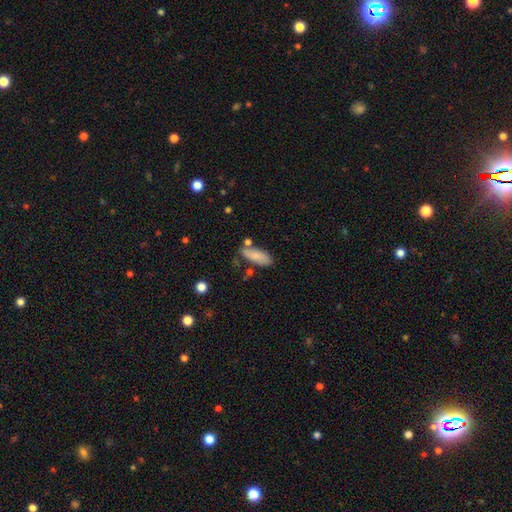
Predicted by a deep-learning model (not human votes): A smooth galaxy with no disk features (81%) that is in between round and cigar-shaped (73%).

Vote fractions:
- Smooth or featured? smooth: 81% / featured or disk: 12% / star or artifact: 7%
- How rounded? in between: 73% / cigar-shaped: 25% / round: 2%
- Merging? none: 67% / minor disturbance: 19% / merger: 10% / major disturbance: 4%